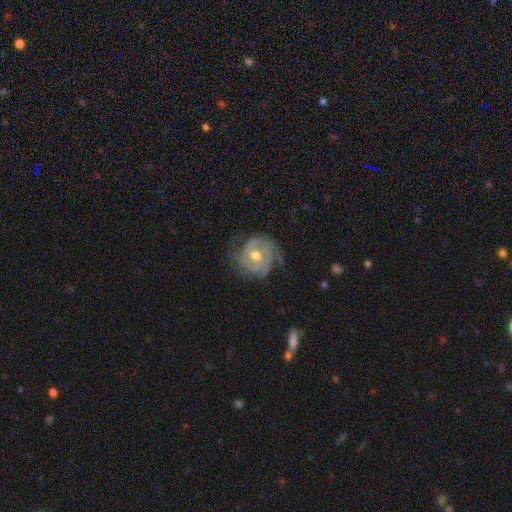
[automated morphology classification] Smooth or featured: featured or disk — 84% (smooth — 11%)
Edge-on disk: no — 97% (yes — 3%)
Bar: no — 67% (weak — 26%)
Spiral arms: yes — 93% (no — 7%)
Spiral winding: tight — 59% (medium — 31%)
Spiral arm count: 2 — 38% (3 — 25%)
Bulge size: moderate — 80% (small — 12%)
Merging: none — 66% (minor disturbance — 21%)